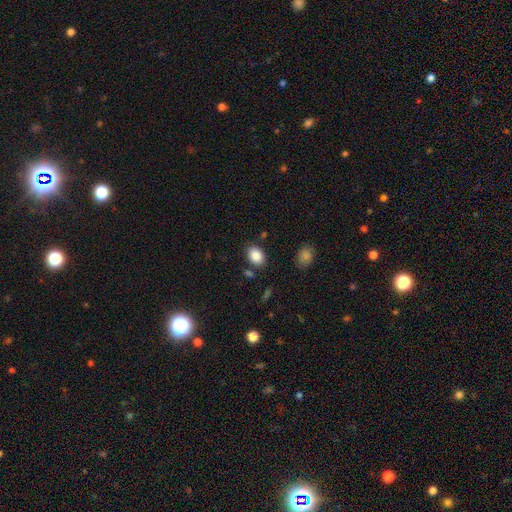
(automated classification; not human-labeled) smooth 87%, star or artifact 8%, featured or disk 5%. Down the decision tree: how rounded — in between (76%); merging — none (81%).